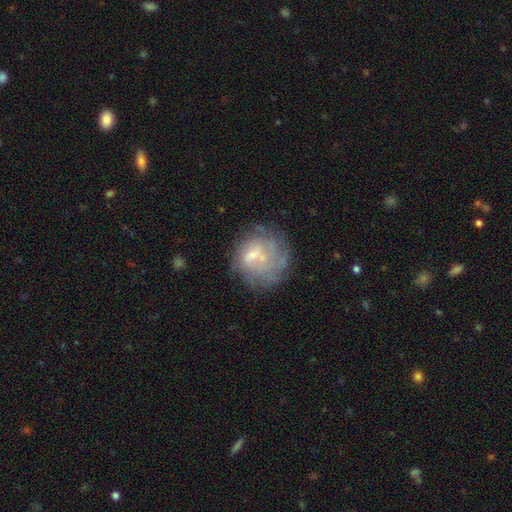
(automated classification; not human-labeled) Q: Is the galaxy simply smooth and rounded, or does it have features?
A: featured or disk — 51%.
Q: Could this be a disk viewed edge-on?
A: no — 98%.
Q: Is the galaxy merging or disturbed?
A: none — 51%.